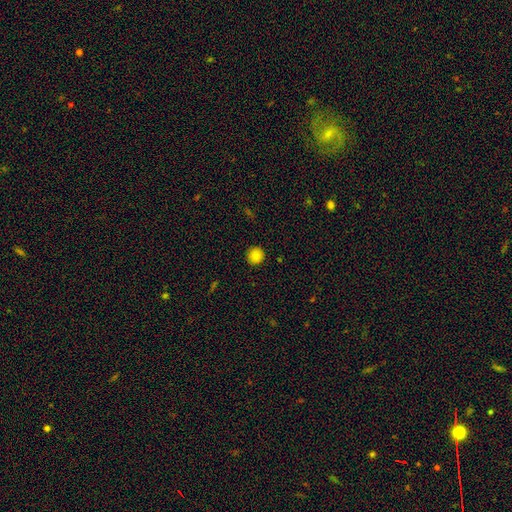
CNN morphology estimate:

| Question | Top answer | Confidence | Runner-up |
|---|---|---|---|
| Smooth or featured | smooth | 83% | star or artifact (10%) |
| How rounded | round | 94% | in between (5%) |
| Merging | none | 92% | minor disturbance (6%) |